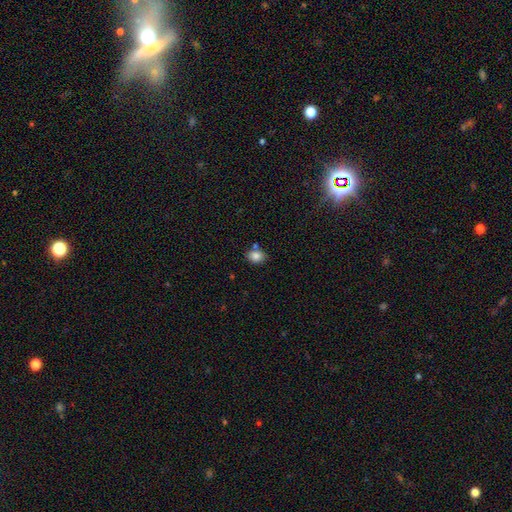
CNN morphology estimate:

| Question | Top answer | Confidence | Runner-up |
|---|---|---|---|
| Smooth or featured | smooth | 84% | star or artifact (10%) |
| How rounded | in between | 55% | round (44%) |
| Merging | none | 70% | minor disturbance (14%) |